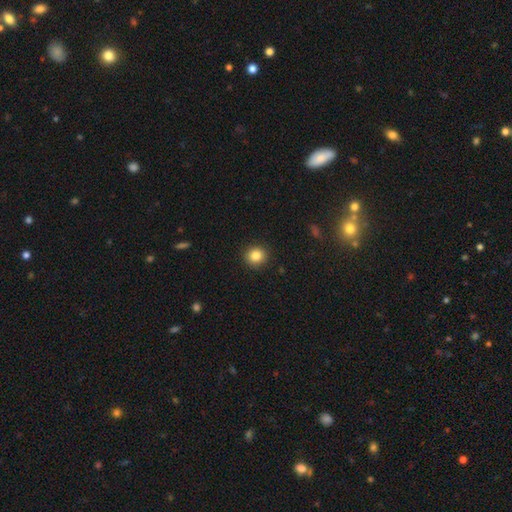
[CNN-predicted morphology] smooth_or_featured: smooth (p=0.85) [alt: star or artifact p=0.10]
how_rounded: round (p=0.89) [alt: in between p=0.10]
merging: none (p=0.91) [alt: minor disturbance p=0.06]